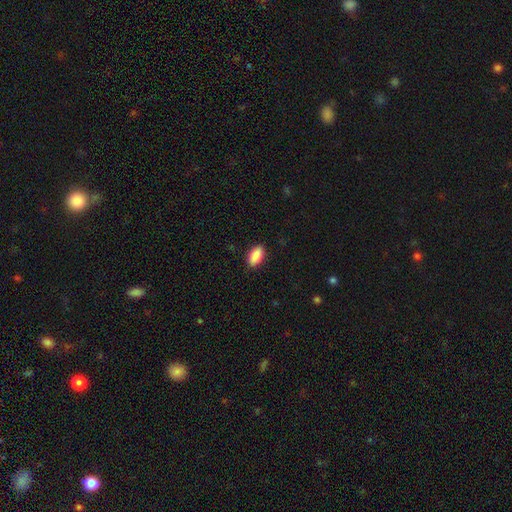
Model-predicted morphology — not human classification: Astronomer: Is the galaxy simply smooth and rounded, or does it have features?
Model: smooth — 90%.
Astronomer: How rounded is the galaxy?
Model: in between — 93%.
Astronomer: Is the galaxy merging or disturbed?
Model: none — 88%.